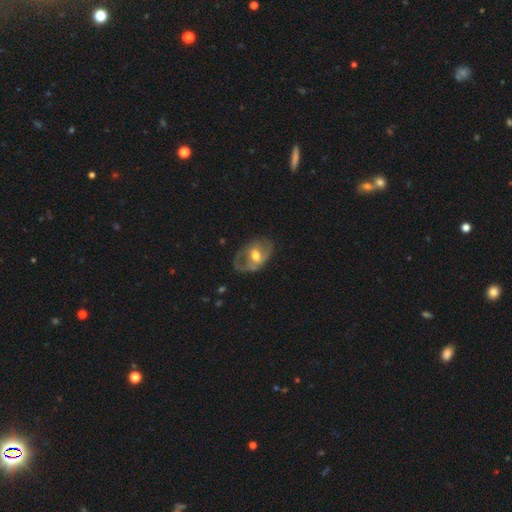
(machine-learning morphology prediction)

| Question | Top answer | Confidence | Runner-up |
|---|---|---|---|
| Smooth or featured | featured or disk | 67% | smooth (26%) |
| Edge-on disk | no | 95% | yes (5%) |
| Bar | no | 51% | weak (36%) |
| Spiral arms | yes | 61% | no (39%) |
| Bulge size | moderate | 71% | small (13%) |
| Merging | none | 51% | minor disturbance (27%) |